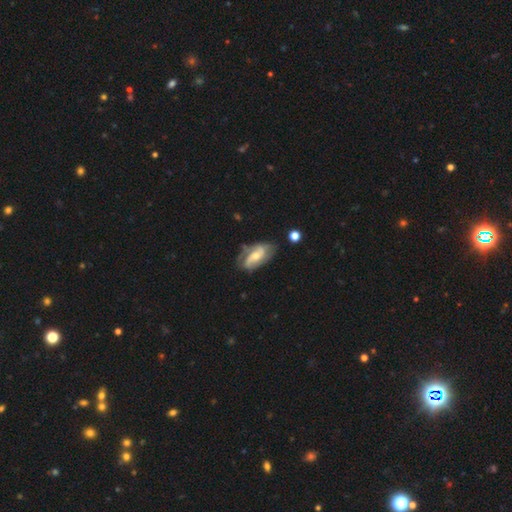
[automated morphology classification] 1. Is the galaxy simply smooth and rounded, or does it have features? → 74% featured or disk, 20% smooth, 7% star or artifact.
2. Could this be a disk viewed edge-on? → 93% no, 7% yes.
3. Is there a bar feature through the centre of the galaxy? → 45% no, 37% weak, 18% strong.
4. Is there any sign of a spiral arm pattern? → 89% yes, 11% no.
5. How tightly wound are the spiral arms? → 41% medium, 31% loose, 28% tight.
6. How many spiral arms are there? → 66% 2, 18% can't tell, 7% 3, 6% 1, 2% 4, 2% more than 4.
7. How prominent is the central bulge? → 50% moderate, 45% small, 3% large, 2% none, 1% dominant.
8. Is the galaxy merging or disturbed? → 59% none, 25% minor disturbance, 11% major disturbance, 4% merger.